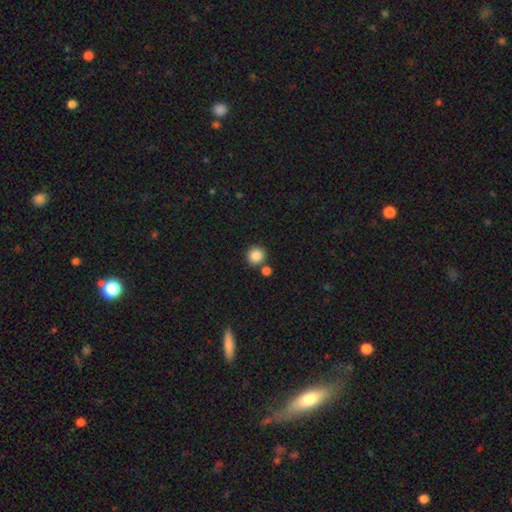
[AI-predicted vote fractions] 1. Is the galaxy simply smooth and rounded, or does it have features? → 86% smooth, 10% star or artifact, 4% featured or disk.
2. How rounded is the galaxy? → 93% round, 6% in between, 1% cigar-shaped.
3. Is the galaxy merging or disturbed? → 78% none, 13% merger, 7% minor disturbance, 2% major disturbance.